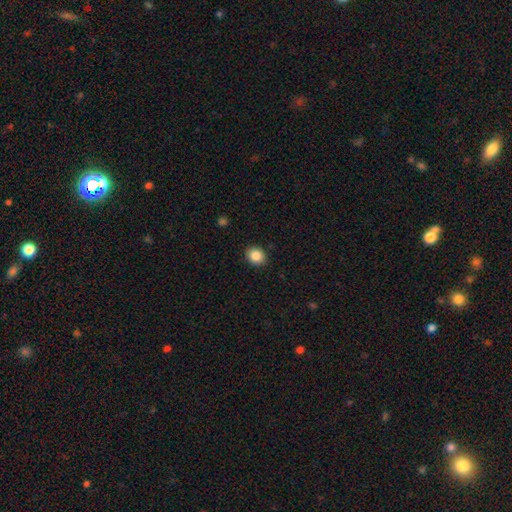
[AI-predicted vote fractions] Smooth or featured?
  - smooth: 87% *
  - star or artifact: 9%
  - featured or disk: 4%
How rounded?
  - round: 63% *
  - in between: 36%
  - cigar-shaped: 1%
Merging?
  - none: 90% *
  - minor disturbance: 7%
  - major disturbance: 2%
  - merger: 1%